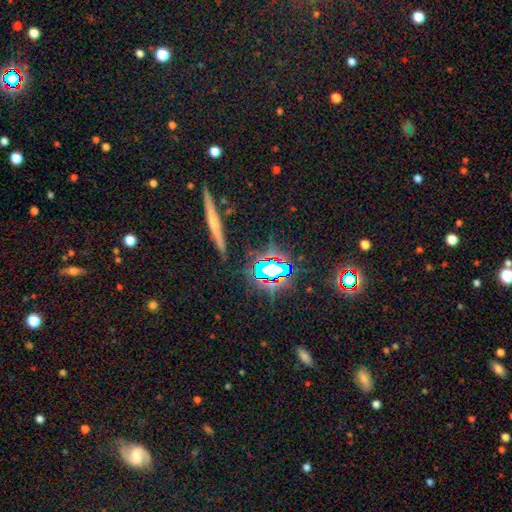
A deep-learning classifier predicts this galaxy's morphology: type=featured or disk (41%); merging=none (88%).